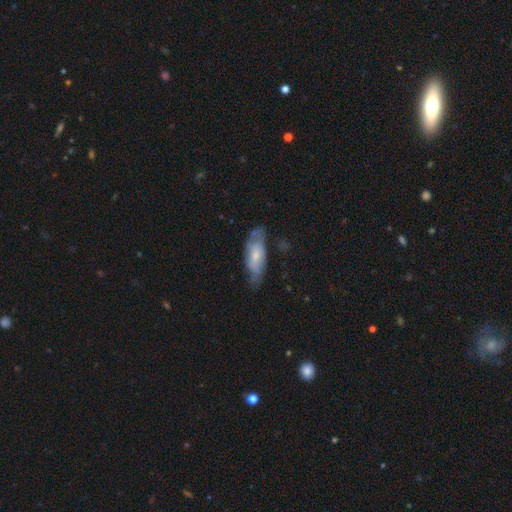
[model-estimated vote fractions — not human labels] Smooth or featured? Predicted: smooth (p=0.51). How rounded? Predicted: in between (p=0.70). Merging? Predicted: none (p=0.53).